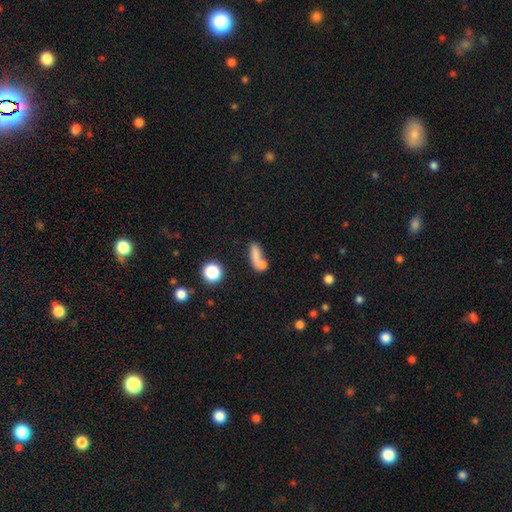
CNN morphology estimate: This is likely a smooth galaxy (72%). How rounded: possibly in between (54%). Merging: marginally merger (39%, tied with none).